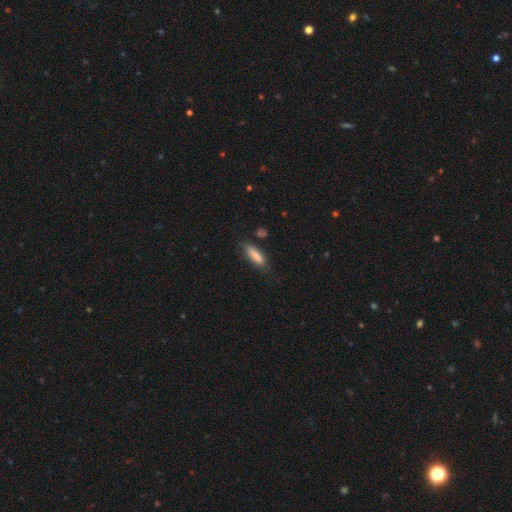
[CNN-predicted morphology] Smooth or featured? Predicted: smooth (p=0.84). How rounded? Predicted: cigar-shaped (p=0.56). Merging? Predicted: none (p=0.76).